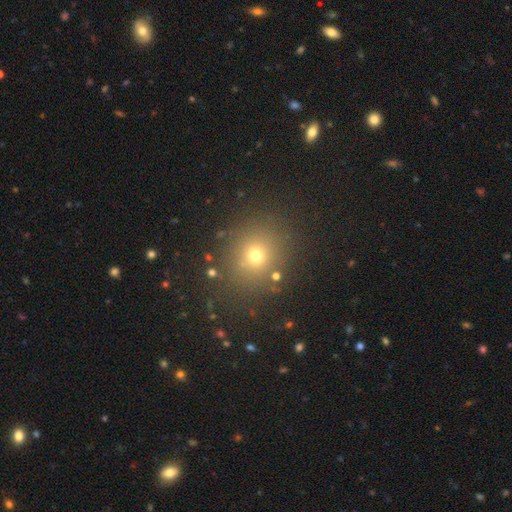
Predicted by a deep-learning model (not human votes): This appears to be a smooth galaxy with no disk features (67%) that is round (81%). Merging: none (85%).